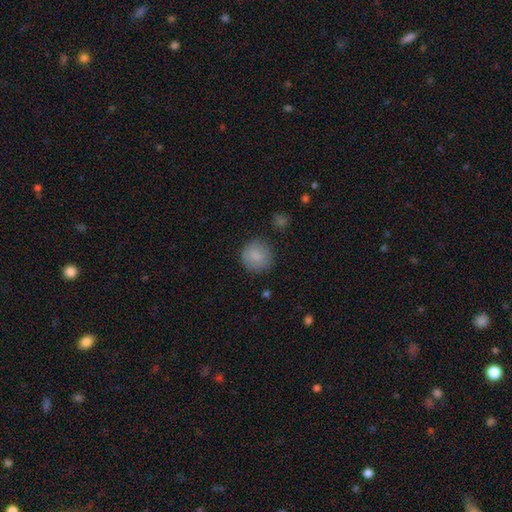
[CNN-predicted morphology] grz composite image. It shows a smooth galaxy with no disk features (85%) that is round (92%). Merging: none (83%).